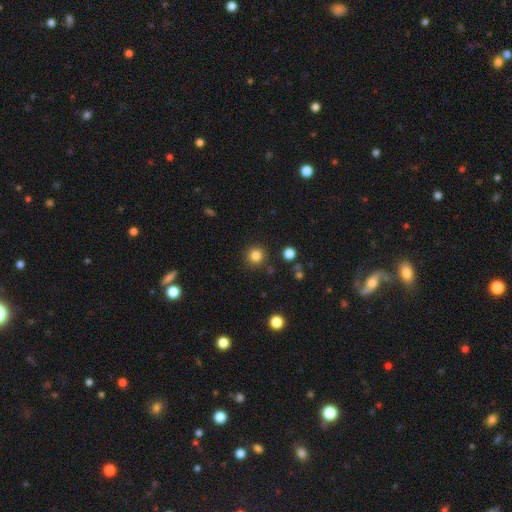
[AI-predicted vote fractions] smooth 83%, star or artifact 12%, featured or disk 5%. Down the decision tree: how rounded — round (94%); merging — none (88%).